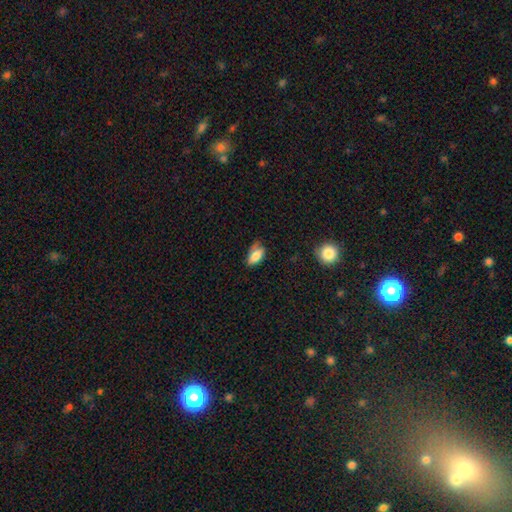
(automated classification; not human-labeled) The model was most divided on "merging": none: 51%, minor disturbance: 35%, major disturbance: 11%, merger: 3%. More confident: how rounded — in between (89%); smooth or featured — smooth (80%).